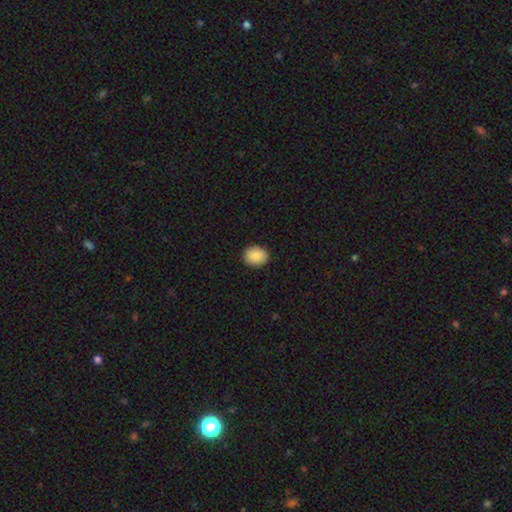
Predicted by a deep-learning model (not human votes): This is clearly a smooth galaxy (89%). How rounded: possibly round (51%). Merging: clearly none (90%).